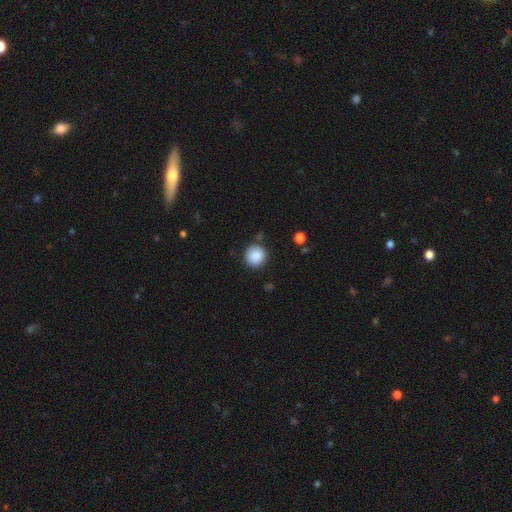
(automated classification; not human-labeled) smooth_or_featured: smooth (p=0.88) [alt: star or artifact p=0.09]
how_rounded: round (p=0.92) [alt: in between p=0.07]
merging: none (p=0.84) [alt: minor disturbance p=0.11]